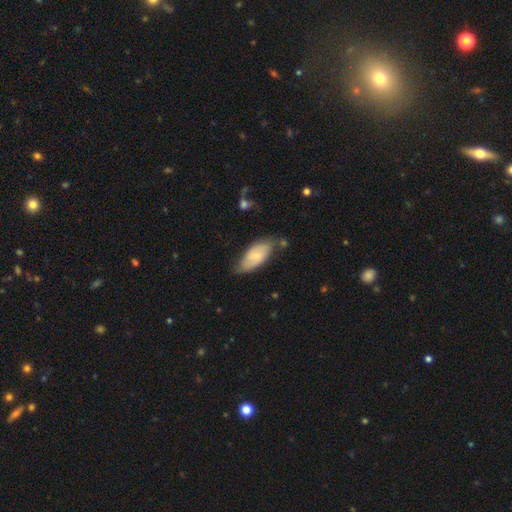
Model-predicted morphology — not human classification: Smooth or featured?
  - smooth: 64% *
  - featured or disk: 30%
  - star or artifact: 6%
How rounded?
  - in between: 88% *
  - cigar-shaped: 9%
  - round: 2%
Merging?
  - none: 58% *
  - minor disturbance: 31%
  - major disturbance: 7%
  - merger: 4%